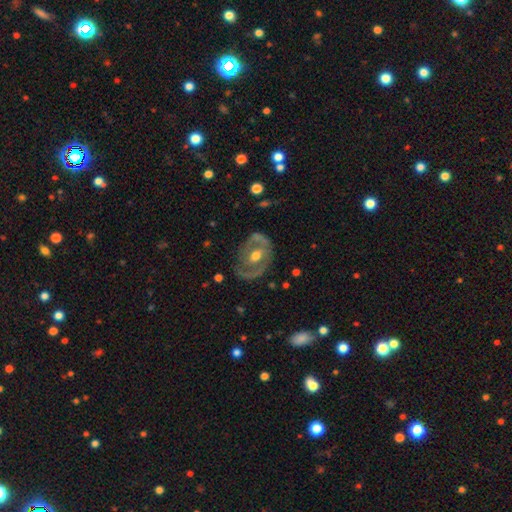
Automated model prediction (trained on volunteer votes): This is likely a featured or disk galaxy (77%). It is clearly not viewed edge-on (96%). Bar: possibly no (49%). Spiral arm pattern: likely yes (67%). Central bulge: likely moderate (76%). Merging: likely none (68%).